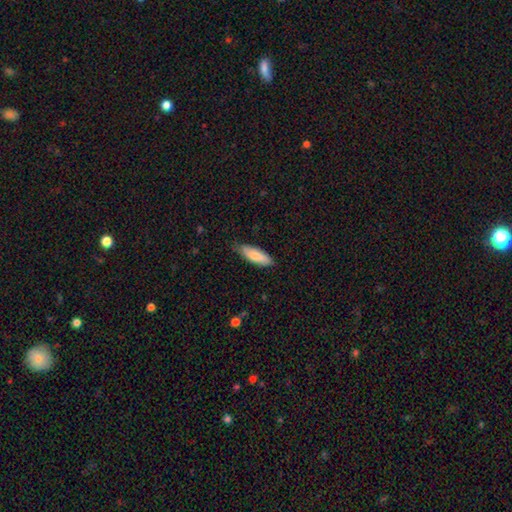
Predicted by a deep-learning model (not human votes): Overall: smooth (81%). How rounded: in between (59%; cigar-shaped 40%). Merging: none (74%).